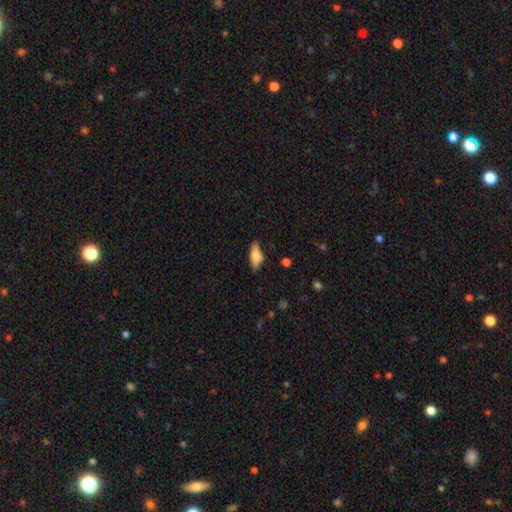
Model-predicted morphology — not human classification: A smooth galaxy with no disk features (76%) that is in between round and cigar-shaped (79%).

Vote fractions:
- Smooth or featured? smooth: 76% / featured or disk: 17% / star or artifact: 7%
- How rounded? in between: 79% / cigar-shaped: 18% / round: 3%
- Merging? none: 70% / minor disturbance: 23% / major disturbance: 5% / merger: 2%